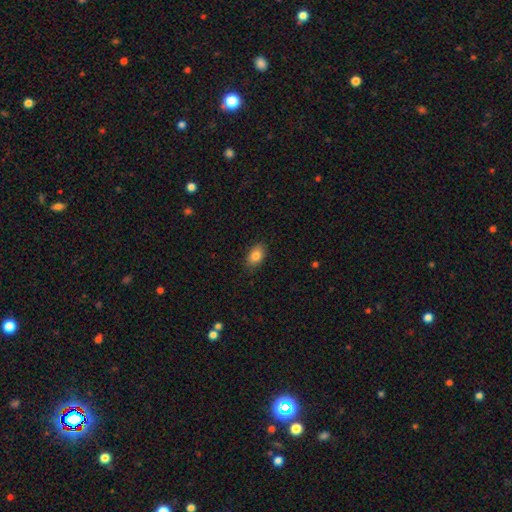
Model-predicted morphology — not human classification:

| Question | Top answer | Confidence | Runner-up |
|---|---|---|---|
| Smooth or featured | smooth | 84% | star or artifact (8%) |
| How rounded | in between | 88% | round (10%) |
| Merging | none | 84% | minor disturbance (13%) |